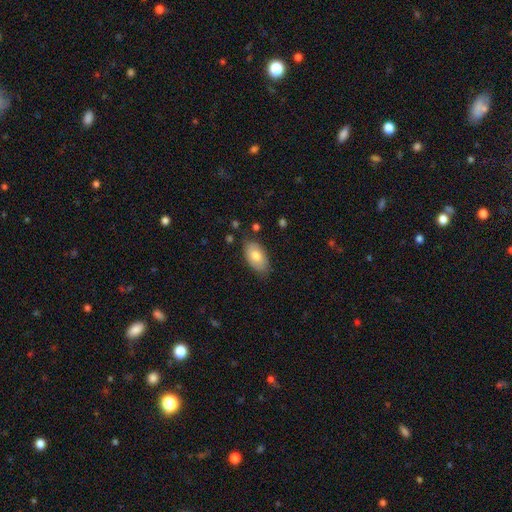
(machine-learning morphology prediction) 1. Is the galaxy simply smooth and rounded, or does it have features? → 77% smooth, 17% featured or disk, 6% star or artifact.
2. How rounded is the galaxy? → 93% in between, 5% round, 2% cigar-shaped.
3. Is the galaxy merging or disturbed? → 77% none, 18% minor disturbance, 3% major disturbance, 2% merger.